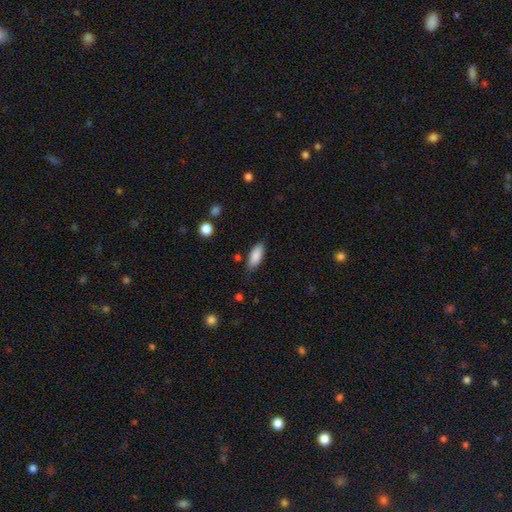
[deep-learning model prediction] Overall: smooth (87%). How rounded: in between (82%). Merging: none (80%).